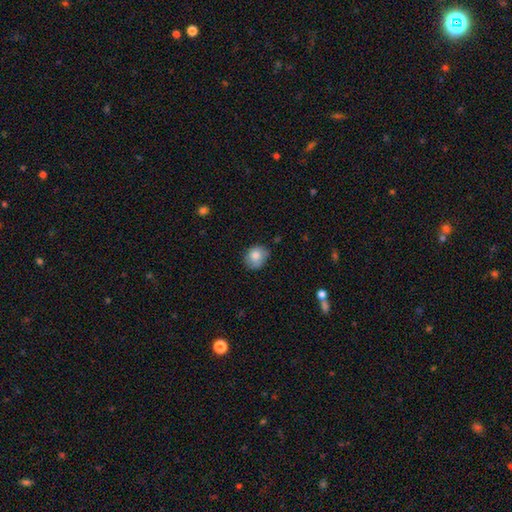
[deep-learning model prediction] Morphology: type=smooth (80%); roundness=round (60%); merging=none (66%).